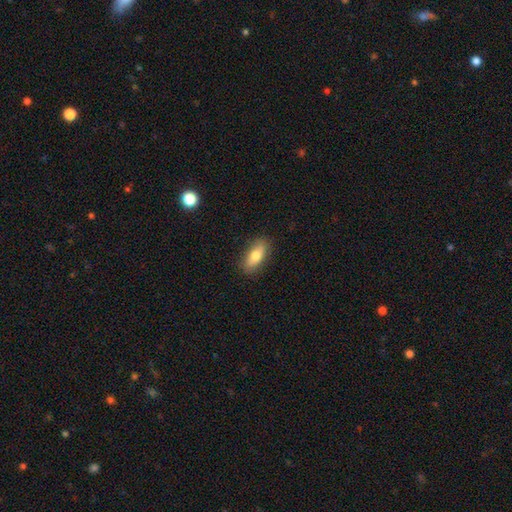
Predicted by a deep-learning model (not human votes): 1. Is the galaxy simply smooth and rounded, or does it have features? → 74% smooth, 19% featured or disk, 7% star or artifact.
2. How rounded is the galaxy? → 77% in between, 20% cigar-shaped, 3% round.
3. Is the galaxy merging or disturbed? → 86% none, 11% minor disturbance, 2% major disturbance, 1% merger.